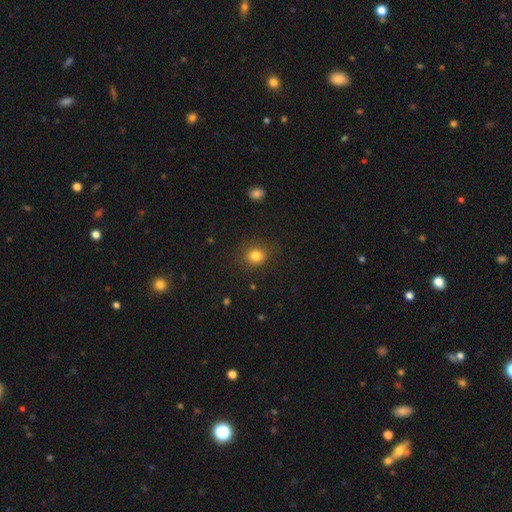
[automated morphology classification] Smooth or featured? smooth (82%)
How rounded? round (80%)
Merging? none (85%)